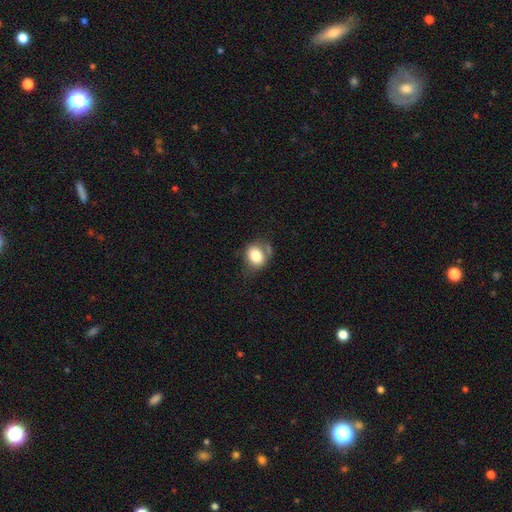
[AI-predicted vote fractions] A smooth galaxy with no disk features (80%) that is round (53%).

Vote fractions:
- Smooth or featured? smooth: 80% / featured or disk: 11% / star or artifact: 9%
- How rounded? round: 53% / in between: 46% / cigar-shaped: 1%
- Merging? none: 52% / minor disturbance: 28% / major disturbance: 12% / merger: 9%